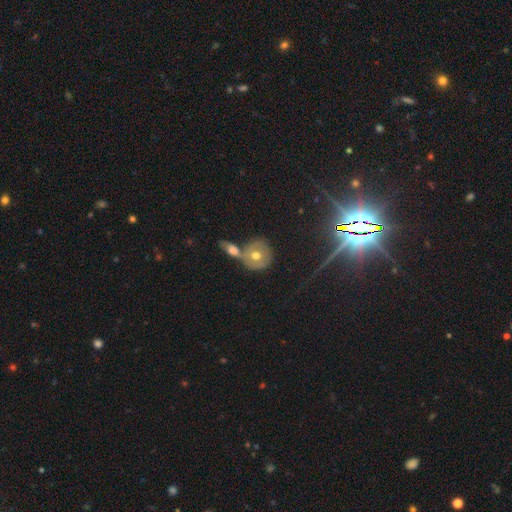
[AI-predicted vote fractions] smooth-or-featured: featured or disk: 44% (tied) | smooth: 44% (tied) | star or artifact: 12%
  merging: none: 50% | merger: 35% | minor disturbance: 10% | major disturbance: 4%